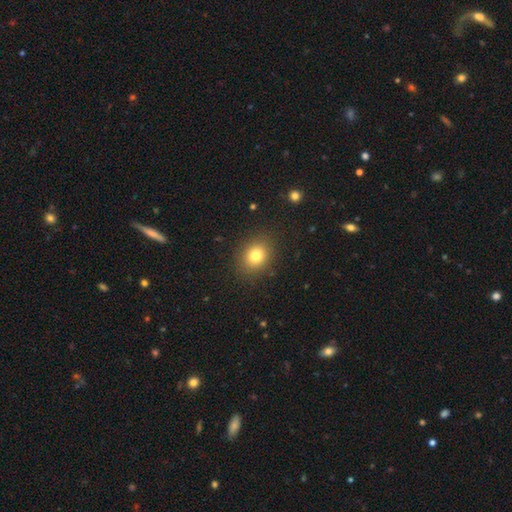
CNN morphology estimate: Smooth or featured: smooth — 79% (star or artifact — 13%)
How rounded: round — 62% (in between — 37%)
Merging: none — 88% (minor disturbance — 8%)